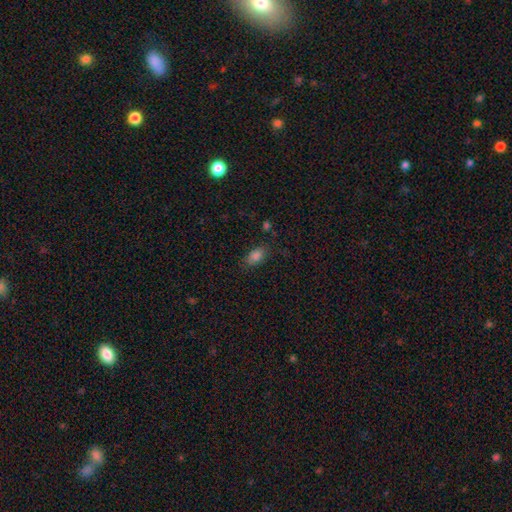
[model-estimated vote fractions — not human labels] Q: Smooth or featured?
A: smooth (84%); runner-up: star or artifact (10%)
Q: How rounded?
A: in between (89%); runner-up: round (7%)
Q: Merging?
A: none (81%); runner-up: minor disturbance (14%)